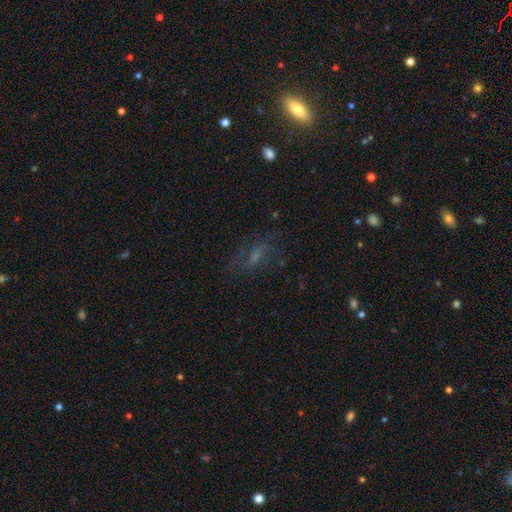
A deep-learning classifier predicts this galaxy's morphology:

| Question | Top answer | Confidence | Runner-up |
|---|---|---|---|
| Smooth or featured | featured or disk | 42% | star or artifact (29%) |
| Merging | none | 68% | minor disturbance (16%) |